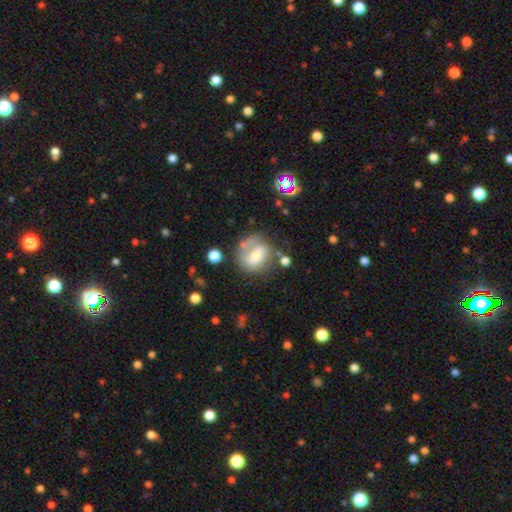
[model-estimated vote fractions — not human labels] featured or disk 48%, smooth 43%, star or artifact 10%. Down the decision tree: merging — none (48%).